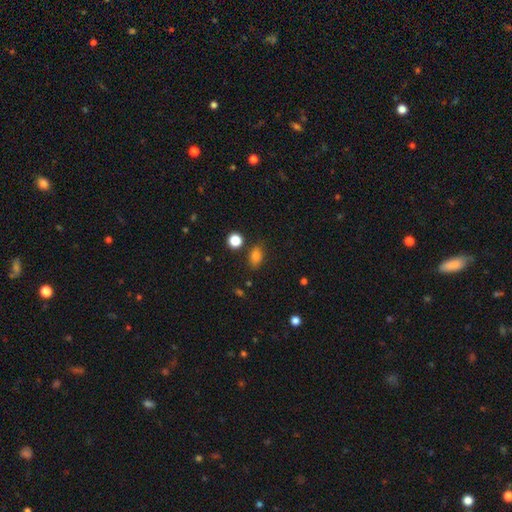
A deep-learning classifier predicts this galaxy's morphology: Smooth or featured: smooth — 82% (star or artifact — 12%)
How rounded: in between — 77% (round — 21%)
Merging: none — 79% (minor disturbance — 13%)